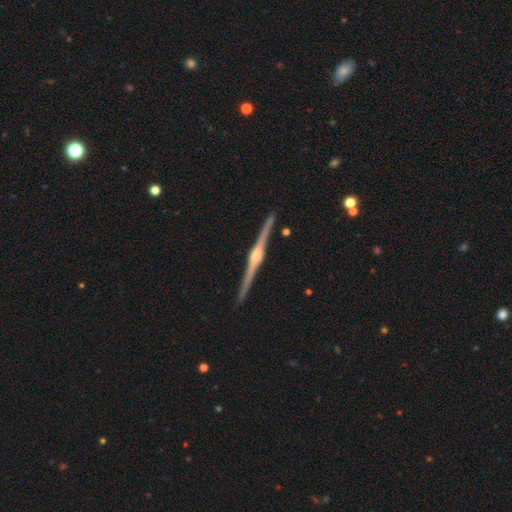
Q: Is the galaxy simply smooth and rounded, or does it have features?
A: featured or disk — 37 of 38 (97%).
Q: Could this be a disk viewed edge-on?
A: yes — 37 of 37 (100%).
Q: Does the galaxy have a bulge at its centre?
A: rounded — 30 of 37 (81%).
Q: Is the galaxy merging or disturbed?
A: none — 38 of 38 (100%).